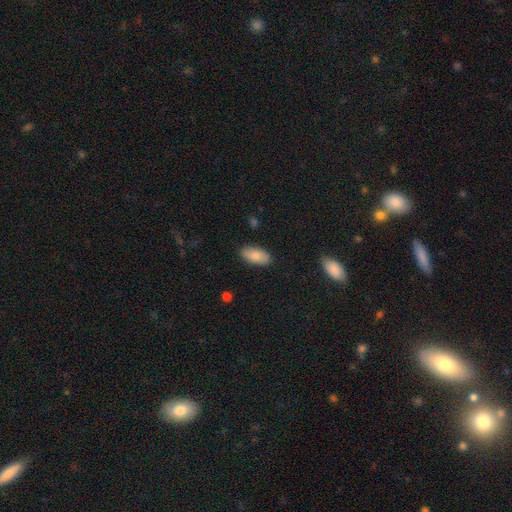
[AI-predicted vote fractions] This appears to be a smooth galaxy with no disk features (80%) that is in between round and cigar-shaped (93%). Merging: none (88%).